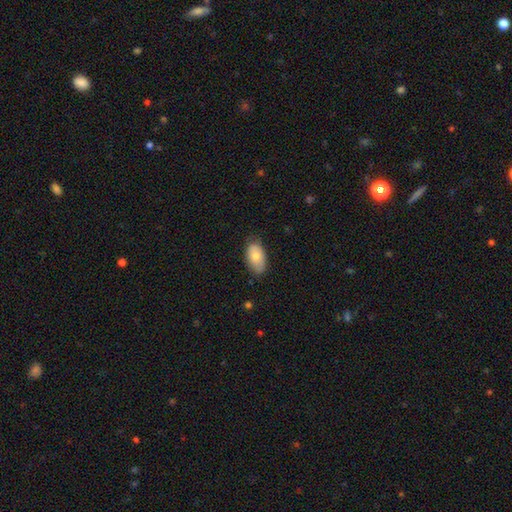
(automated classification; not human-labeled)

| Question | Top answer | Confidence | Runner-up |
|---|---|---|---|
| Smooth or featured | smooth | 76% | featured or disk (17%) |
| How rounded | in between | 94% | round (5%) |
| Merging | none | 71% | minor disturbance (24%) |